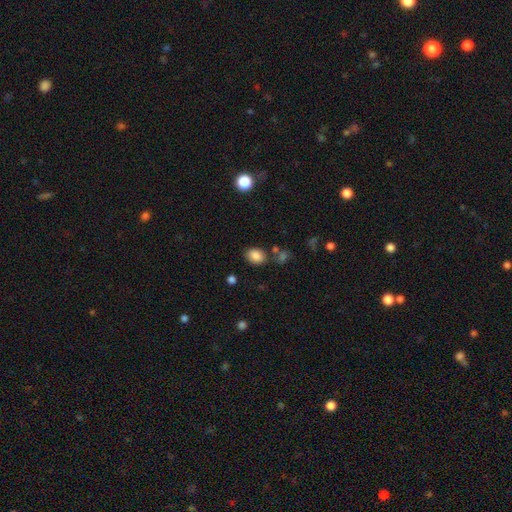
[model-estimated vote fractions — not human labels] A smooth galaxy with no disk features (85%) that is in between round and cigar-shaped (65%).

Vote fractions:
- Smooth or featured? smooth: 85% / star or artifact: 10% / featured or disk: 5%
- How rounded? in between: 65% / round: 34% / cigar-shaped: 1%
- Merging? none: 76% / minor disturbance: 13% / merger: 7% / major disturbance: 4%